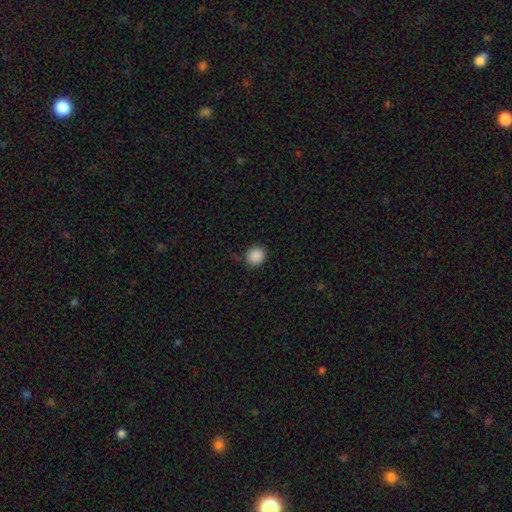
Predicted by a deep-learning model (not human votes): Smooth or featured: smooth — 89% (star or artifact — 9%)
How rounded: round — 80% (in between — 19%)
Merging: none — 84% (minor disturbance — 12%)